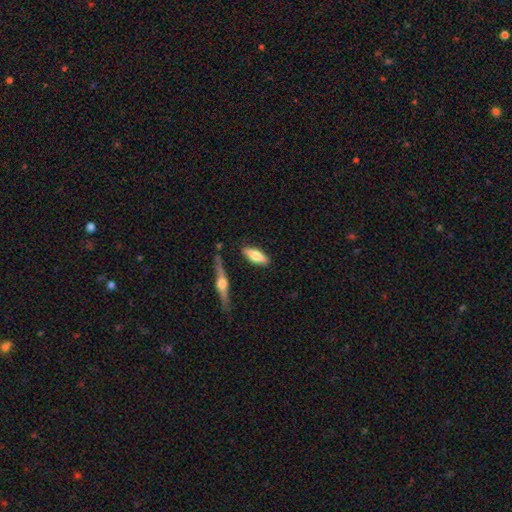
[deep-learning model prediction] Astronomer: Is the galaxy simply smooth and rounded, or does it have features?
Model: smooth — 62%.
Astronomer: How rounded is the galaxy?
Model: in between — 58% (runner-up: cigar-shaped, 40%).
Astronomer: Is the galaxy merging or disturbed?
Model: none — 82%.